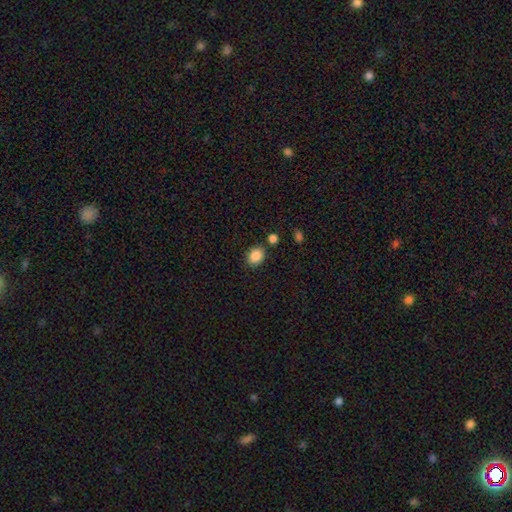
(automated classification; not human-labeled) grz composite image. It shows a smooth galaxy with no disk features (87%) that is in between round and cigar-shaped (53%). Merging: none (81%).